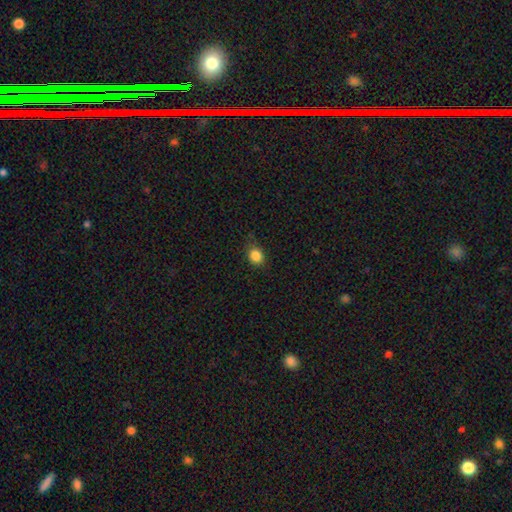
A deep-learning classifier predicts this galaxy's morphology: type=smooth (85%); roundness=round (62%); merging=none (79%).